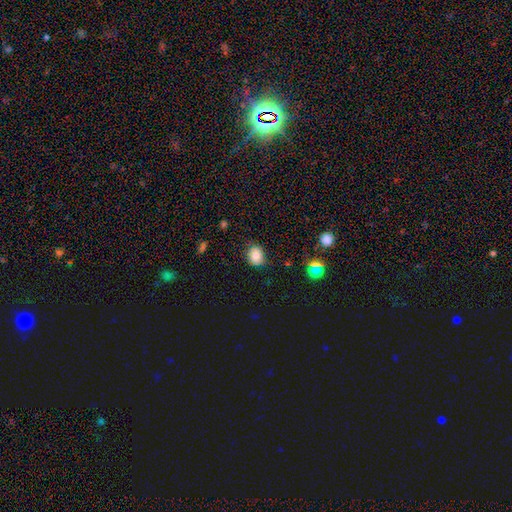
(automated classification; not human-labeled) This is likely a smooth galaxy (80%). How rounded: possibly round (50%). Merging: likely none (79%).